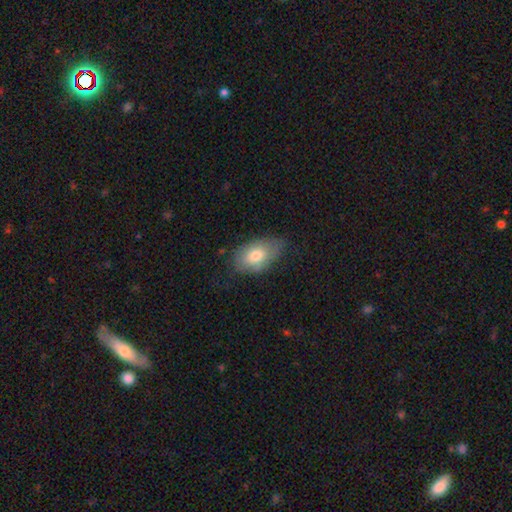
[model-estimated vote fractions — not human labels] Overall: smooth (75%). How rounded: in between (91%). Merging: none (59%; minor disturbance 32%).